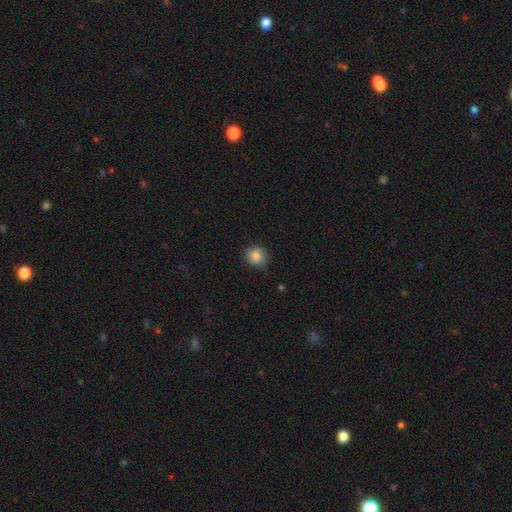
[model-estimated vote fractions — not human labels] Morphology: type=smooth (85%); roundness=round (84%); merging=none (81%).